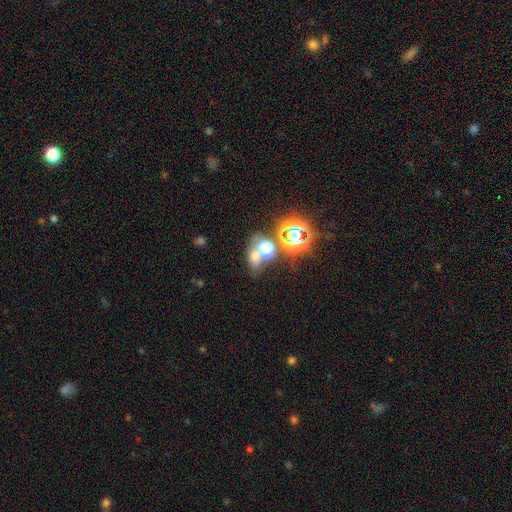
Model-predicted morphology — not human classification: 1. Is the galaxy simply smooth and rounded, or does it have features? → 53% smooth, 34% star or artifact, 13% featured or disk.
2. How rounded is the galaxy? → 51% in between, 47% round, 2% cigar-shaped.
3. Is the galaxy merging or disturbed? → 47% none, 38% merger, 9% minor disturbance, 6% major disturbance.